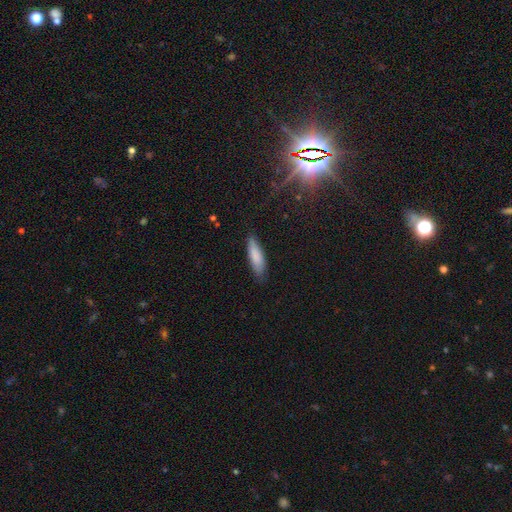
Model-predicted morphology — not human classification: smooth-or-featured: smooth: 84% | featured or disk: 10% | star or artifact: 6%
  how-rounded: cigar-shaped: 51% | in between: 47% | round: 2%
  merging: none: 80% | minor disturbance: 16% | major disturbance: 3% | merger: 1%